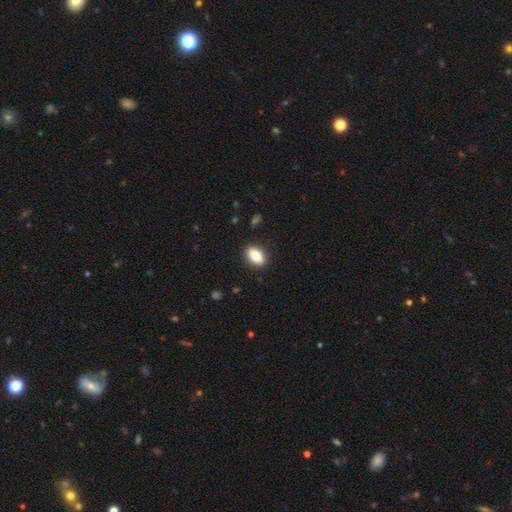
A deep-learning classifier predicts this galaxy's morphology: Q: Smooth or featured?
A: smooth (81%); runner-up: featured or disk (11%)
Q: How rounded?
A: in between (85%); runner-up: round (11%)
Q: Merging?
A: none (89%); runner-up: minor disturbance (8%)